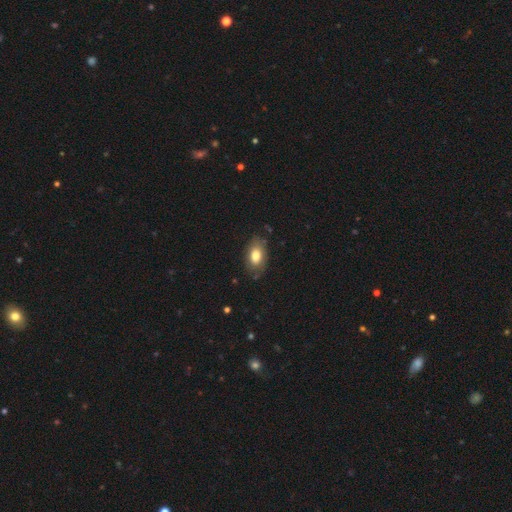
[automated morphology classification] Smooth or featured?
  - smooth: 78% *
  - featured or disk: 15%
  - star or artifact: 7%
How rounded?
  - in between: 91% *
  - round: 7%
  - cigar-shaped: 2%
Merging?
  - none: 76% *
  - minor disturbance: 18%
  - major disturbance: 5%
  - merger: 2%